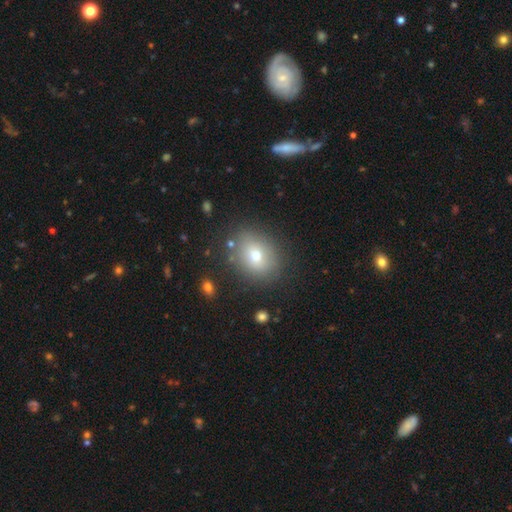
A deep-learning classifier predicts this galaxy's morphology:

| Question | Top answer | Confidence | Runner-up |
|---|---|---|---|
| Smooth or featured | smooth | 70% | featured or disk (17%) |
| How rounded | round | 58% | in between (41%) |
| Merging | none | 82% | minor disturbance (11%) |